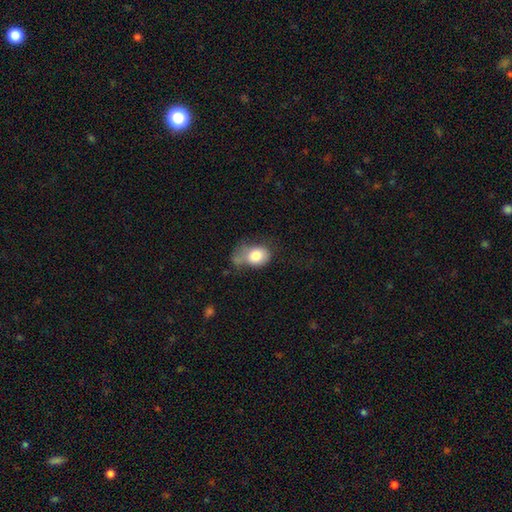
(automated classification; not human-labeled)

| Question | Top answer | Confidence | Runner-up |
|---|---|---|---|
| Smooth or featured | smooth | 79% | featured or disk (13%) |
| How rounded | in between | 63% | round (36%) |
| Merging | minor disturbance | 32% | major disturbance (28%) |